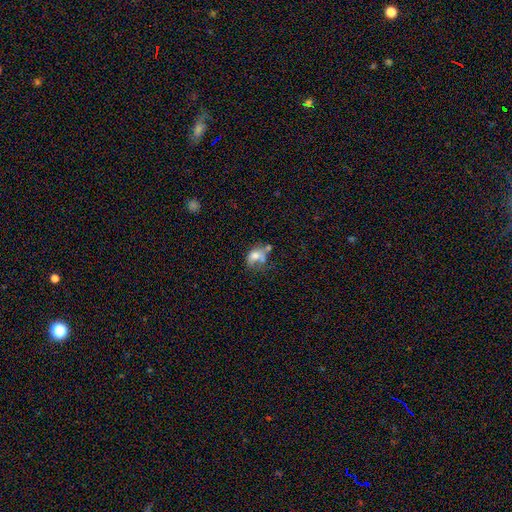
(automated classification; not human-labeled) Overall: smooth (62%; featured or disk 27%). How rounded: in between (72%). Merging: merger (30%; none 26%).